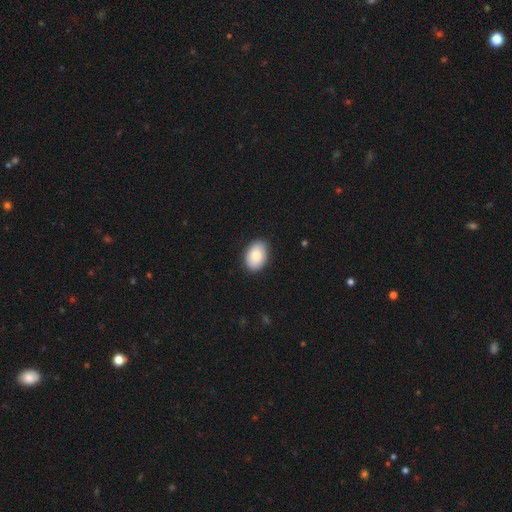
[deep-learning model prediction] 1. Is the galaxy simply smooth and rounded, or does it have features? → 87% smooth, 7% featured or disk, 6% star or artifact.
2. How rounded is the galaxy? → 87% in between, 12% round, 1% cigar-shaped.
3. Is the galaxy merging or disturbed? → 88% none, 9% minor disturbance, 2% major disturbance, 1% merger.